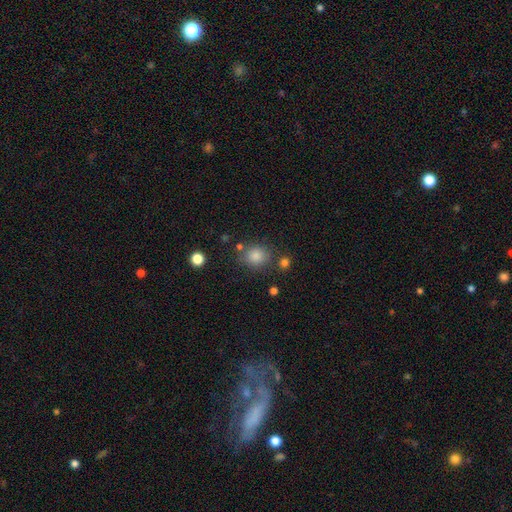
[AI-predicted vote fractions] Smooth or featured: smooth — 81% (star or artifact — 14%)
How rounded: round — 77% (in between — 22%)
Merging: none — 79% (minor disturbance — 11%)